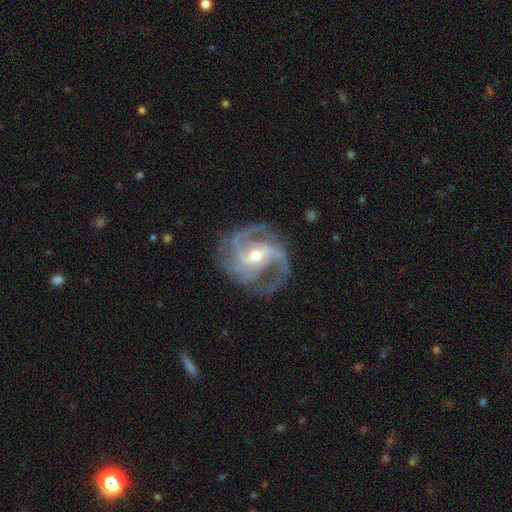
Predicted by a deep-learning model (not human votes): A featured or disk galaxy (92%) with a weak bar (40%), 3 (46%) medium (52%) spiral arms (98%) and a moderate central bulge (50%).

Vote fractions:
- Smooth or featured? featured or disk: 92% / star or artifact: 5% / smooth: 3%
- Edge-on disk? no: 98% / yes: 2%
- Bar? weak: 40% / no: 30% / strong: 30%
- Spiral arms? yes: 98% / no: 2%
- Spiral winding? medium: 52% / tight: 35% / loose: 13%
- Spiral arm count? 3: 46% / 2: 27% / 4: 9% / can't tell: 9% / 1: 5% / more than 4: 5%
- Bulge size? moderate: 50% / small: 46% / large: 2% / none: 1% / dominant: 1%
- Merging? none: 76% / minor disturbance: 15% / major disturbance: 7% / merger: 1%